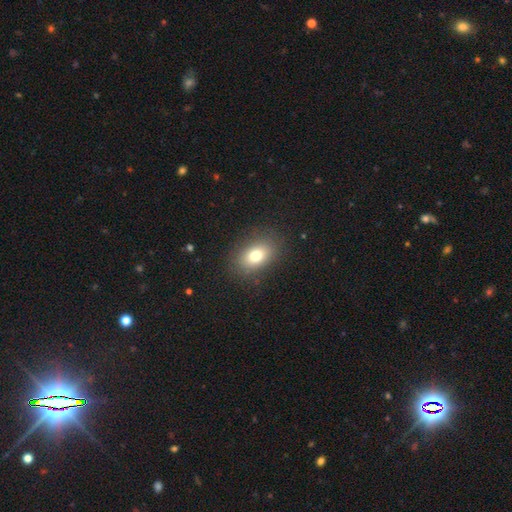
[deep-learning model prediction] smooth_or_featured: smooth (p=0.76) [alt: featured or disk p=0.12]
how_rounded: in between (p=0.78) [alt: round p=0.20]
merging: none (p=0.86) [alt: minor disturbance p=0.09]